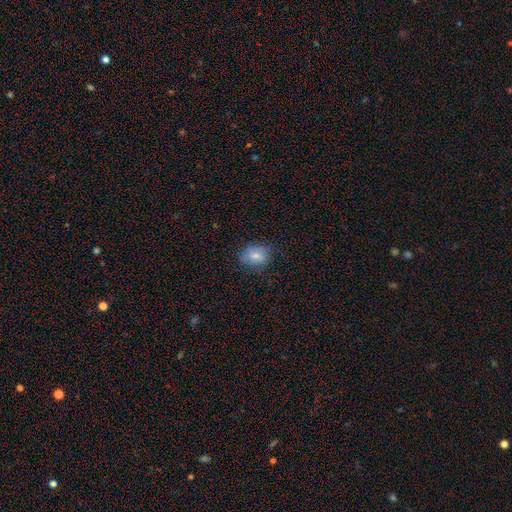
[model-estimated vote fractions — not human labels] A smooth galaxy with no disk features (78%) that is in between round and cigar-shaped (55%). Merging: none (75%).